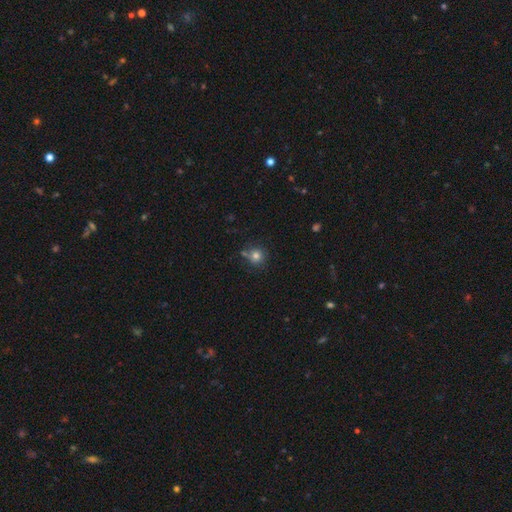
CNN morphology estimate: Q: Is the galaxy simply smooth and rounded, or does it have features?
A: smooth — 79%.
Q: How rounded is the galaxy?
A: round — 91%.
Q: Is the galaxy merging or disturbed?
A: none — 69%.